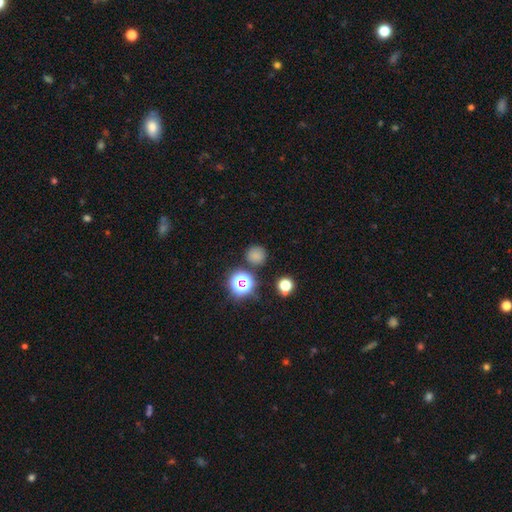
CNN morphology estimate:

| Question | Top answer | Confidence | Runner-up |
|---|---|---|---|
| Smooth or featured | smooth | 73% | star or artifact (22%) |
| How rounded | round | 92% | in between (7%) |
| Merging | none | 83% | minor disturbance (9%) |